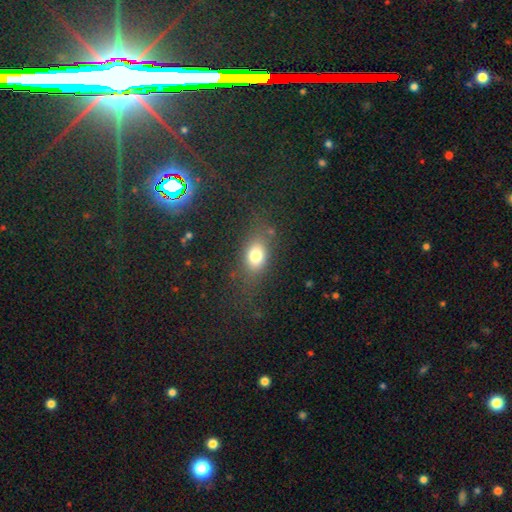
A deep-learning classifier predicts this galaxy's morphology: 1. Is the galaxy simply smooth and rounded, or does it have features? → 74% smooth, 13% star or artifact, 13% featured or disk.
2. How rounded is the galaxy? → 71% in between, 25% round, 5% cigar-shaped.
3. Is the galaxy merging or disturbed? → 73% none, 15% minor disturbance, 10% major disturbance, 2% merger.